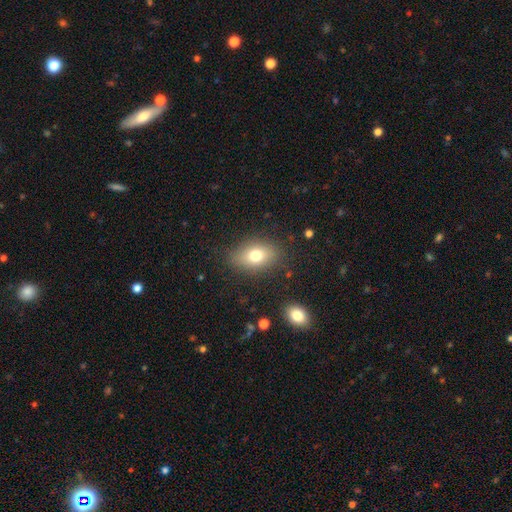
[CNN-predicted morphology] A smooth galaxy with no disk features (74%) that is in between round and cigar-shaped (80%).

Vote fractions:
- Smooth or featured? smooth: 74% / featured or disk: 15% / star or artifact: 11%
- How rounded? in between: 80% / round: 17% / cigar-shaped: 3%
- Merging? none: 83% / minor disturbance: 11% / major disturbance: 4% / merger: 2%